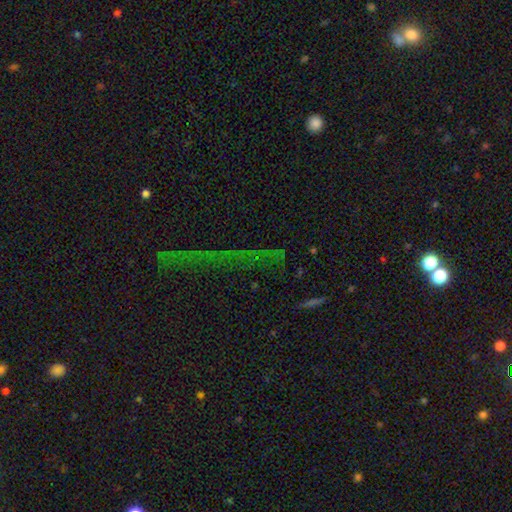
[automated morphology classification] Smooth or featured?
  - star or artifact: 73% *
  - smooth: 14%
  - featured or disk: 13%